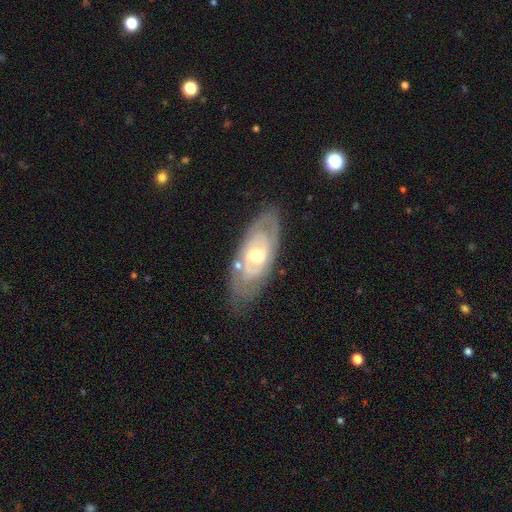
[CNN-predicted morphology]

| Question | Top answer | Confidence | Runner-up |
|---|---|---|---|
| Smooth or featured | featured or disk | 79% | smooth (16%) |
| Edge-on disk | no | 90% | yes (10%) |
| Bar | no | 62% | weak (30%) |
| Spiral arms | yes | 78% | no (22%) |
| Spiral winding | tight | 69% | medium (24%) |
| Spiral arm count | can't tell | 46% | 2 (36%) |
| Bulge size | moderate | 60% | small (35%) |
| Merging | none | 74% | minor disturbance (17%) |